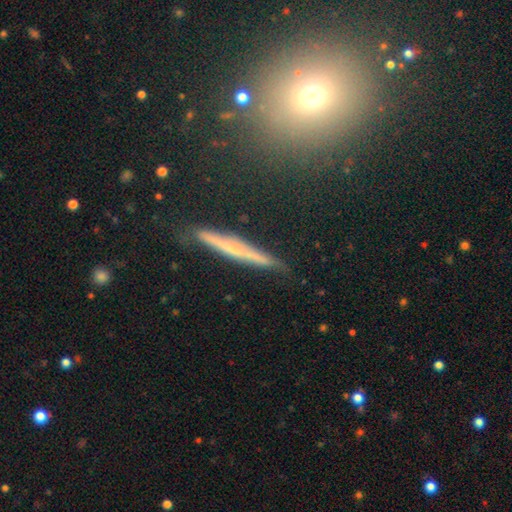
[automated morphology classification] This appears to be a featured or disk galaxy (46%). Merging: none (76%).